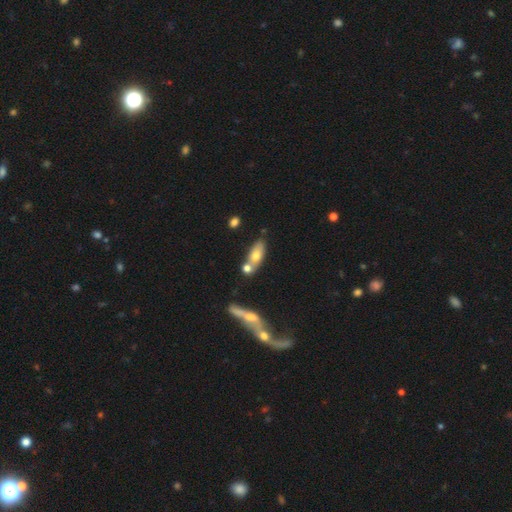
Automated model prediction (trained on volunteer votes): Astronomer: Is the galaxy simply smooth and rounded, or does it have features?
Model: smooth — 65%.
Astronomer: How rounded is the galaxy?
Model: in between — 71%.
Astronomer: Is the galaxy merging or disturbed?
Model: none — 47% (runner-up: merger, 34%).